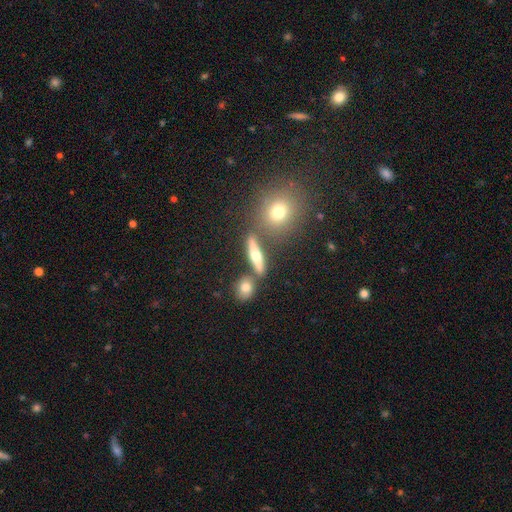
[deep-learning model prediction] This appears to be a featured or disk galaxy (45%). Merging: none (74%).